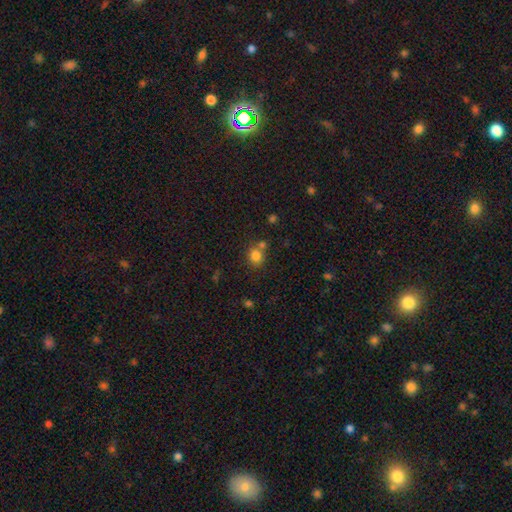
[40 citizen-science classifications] Smooth or featured?
  - smooth: 82% *
  - star or artifact: 12%
  - featured or disk: 5%
How rounded?
  - round: 88% *
  - in between: 12%
  - cigar-shaped: 0%
Merging?
  - none: 74% *
  - minor disturbance: 11%
  - merger: 11%
  - major disturbance: 3%